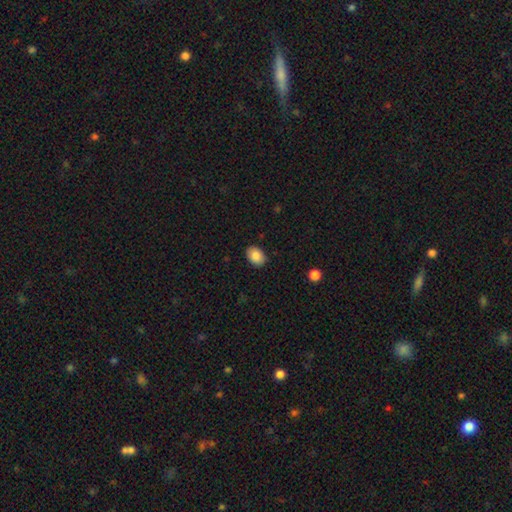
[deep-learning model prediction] smooth_or_featured: smooth (p=0.86) [alt: star or artifact p=0.07]
how_rounded: in between (p=0.77) [alt: round p=0.22]
merging: none (p=0.88) [alt: minor disturbance p=0.09]